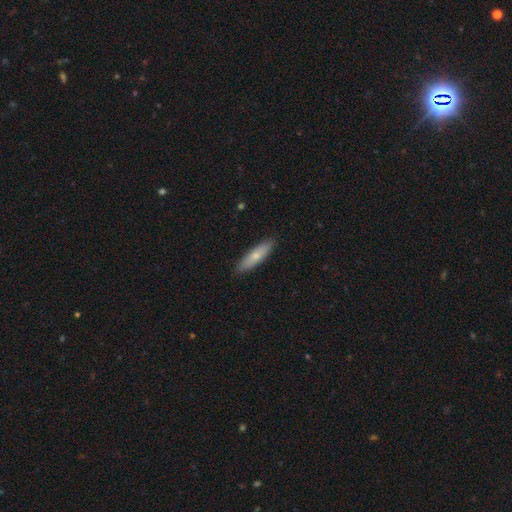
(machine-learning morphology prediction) type=smooth (70%); roundness=cigar-shaped (73%); merging=none (89%).